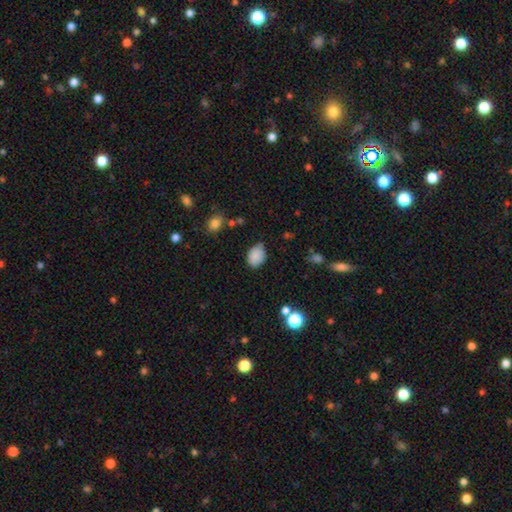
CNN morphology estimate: A smooth galaxy with no disk features (86%) that is in between round and cigar-shaped (70%).

Vote fractions:
- Smooth or featured? smooth: 86% / star or artifact: 8% / featured or disk: 5%
- How rounded? in between: 70% / round: 29% / cigar-shaped: 1%
- Merging? none: 65% / minor disturbance: 27% / major disturbance: 5% / merger: 2%